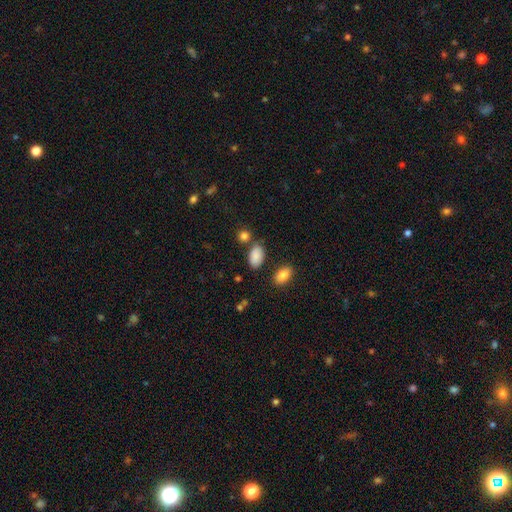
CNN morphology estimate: smooth 88%, star or artifact 8%, featured or disk 4%. Down the decision tree: how rounded — in between (91%); merging — none (73%).